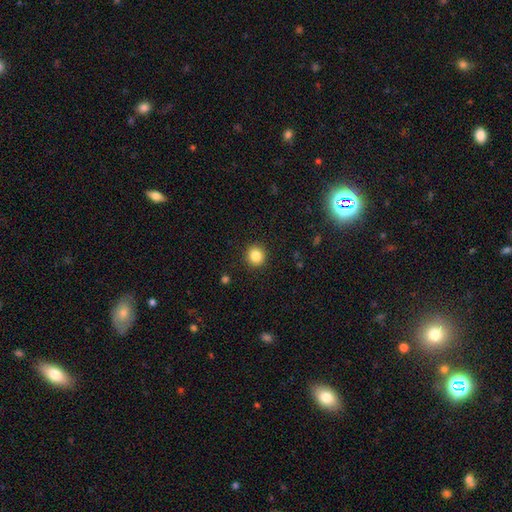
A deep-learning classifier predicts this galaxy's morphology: smooth-or-featured: smooth: 84% | star or artifact: 11% | featured or disk: 5%
  how-rounded: round: 90% | in between: 9% | cigar-shaped: 1%
  merging: none: 92% | minor disturbance: 5% | major disturbance: 2% | merger: 1%